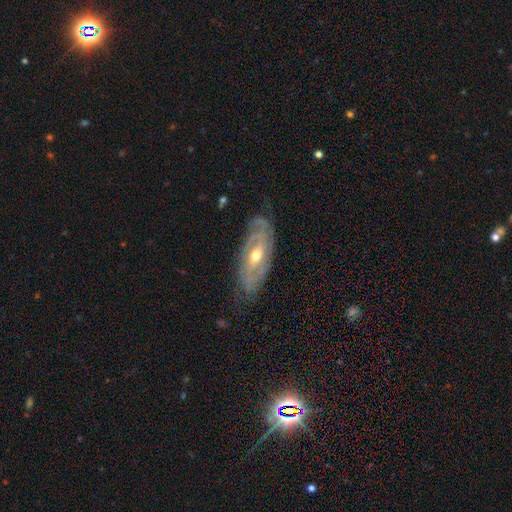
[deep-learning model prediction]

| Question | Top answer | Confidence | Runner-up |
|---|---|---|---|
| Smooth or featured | featured or disk | 82% | smooth (13%) |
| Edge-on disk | no | 89% | yes (11%) |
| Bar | no | 55% | weak (32%) |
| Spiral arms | yes | 88% | no (12%) |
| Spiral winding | tight | 64% | medium (27%) |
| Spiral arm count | can't tell | 38% | 2 (36%) |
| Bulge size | moderate | 60% | small (36%) |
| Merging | none | 73% | minor disturbance (19%) |